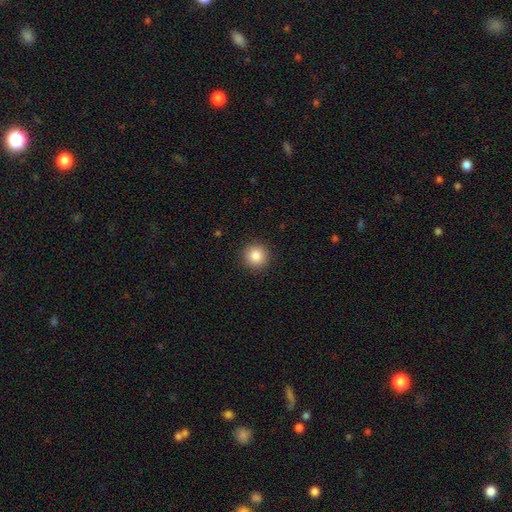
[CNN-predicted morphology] Smooth or featured?
  - smooth: 86% *
  - star or artifact: 9%
  - featured or disk: 4%
How rounded?
  - round: 95% *
  - in between: 4%
  - cigar-shaped: 1%
Merging?
  - none: 92% *
  - minor disturbance: 5%
  - major disturbance: 2%
  - merger: 1%